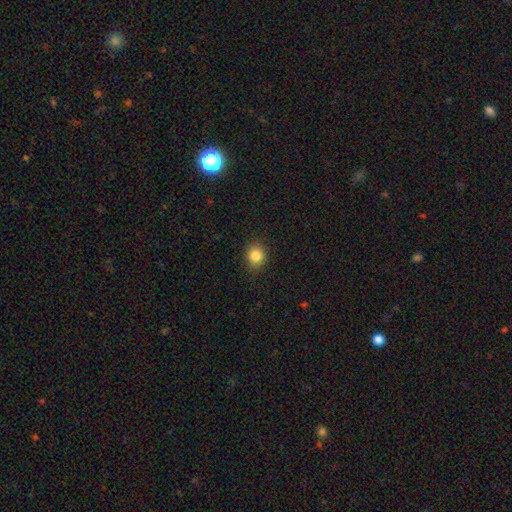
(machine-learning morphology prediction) Smooth or featured: smooth — 84% (star or artifact — 11%)
How rounded: round — 75% (in between — 24%)
Merging: none — 90% (minor disturbance — 7%)